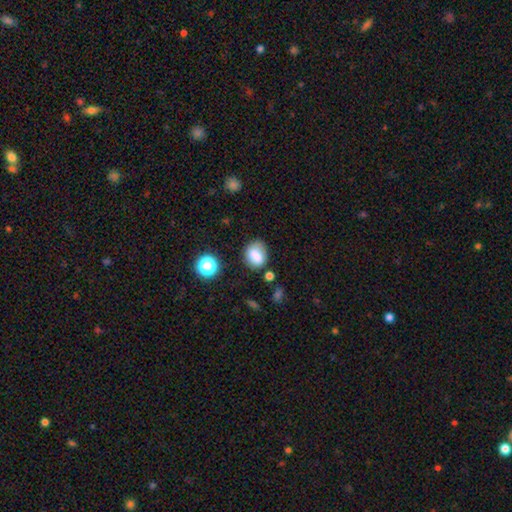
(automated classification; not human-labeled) The model was most divided on "how rounded": round: 50%, in between: 49%, cigar-shaped: 1%. More confident: smooth or featured — smooth (78%); merging — none (64%).